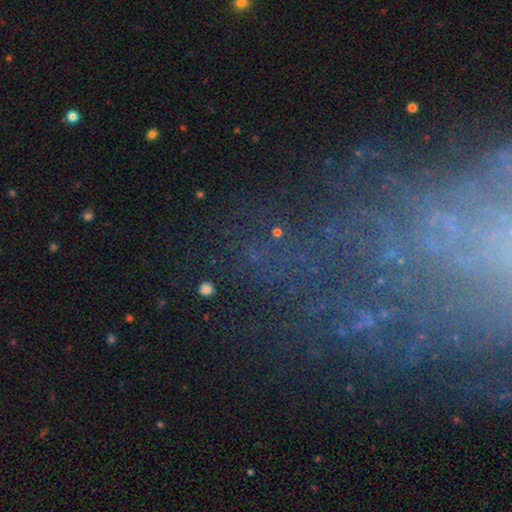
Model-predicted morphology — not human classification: A featured or disk galaxy (43%).

Vote fractions:
- Smooth or featured? featured or disk: 43% / star or artifact: 42% / smooth: 15%
- Merging? none: 63% / major disturbance: 17% / minor disturbance: 15% / merger: 6%